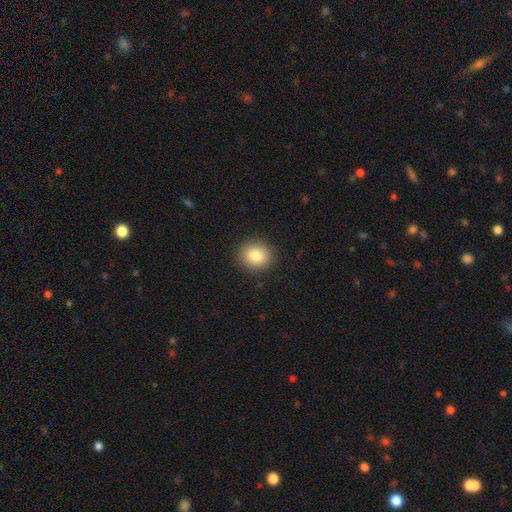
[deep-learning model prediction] Q: Smooth or featured?
A: smooth (85%); runner-up: star or artifact (9%)
Q: How rounded?
A: round (82%); runner-up: in between (17%)
Q: Merging?
A: none (90%); runner-up: minor disturbance (7%)